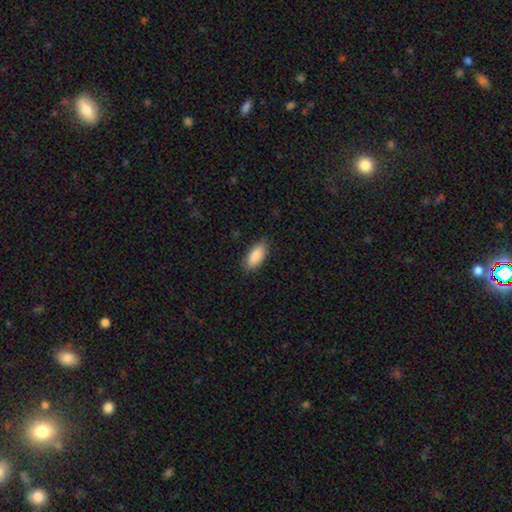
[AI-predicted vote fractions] Smooth or featured?
  - smooth: 88% *
  - star or artifact: 6%
  - featured or disk: 6%
How rounded?
  - in between: 89% *
  - cigar-shaped: 9%
  - round: 2%
Merging?
  - none: 84% *
  - minor disturbance: 13%
  - major disturbance: 3%
  - merger: 1%